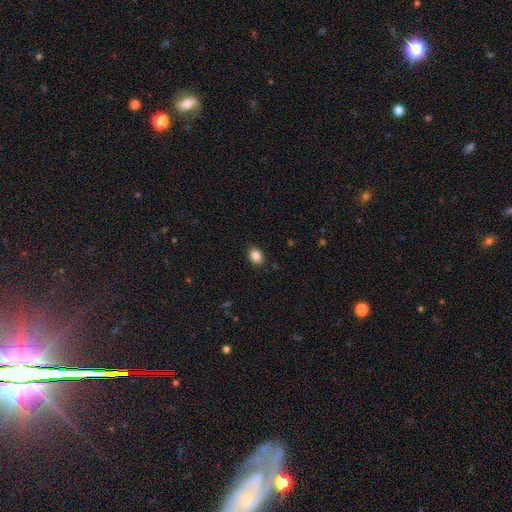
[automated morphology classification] Smooth or featured?
  - smooth: 86% *
  - star or artifact: 9%
  - featured or disk: 5%
How rounded?
  - in between: 67% *
  - round: 32%
  - cigar-shaped: 1%
Merging?
  - none: 88% *
  - minor disturbance: 9%
  - major disturbance: 2%
  - merger: 1%